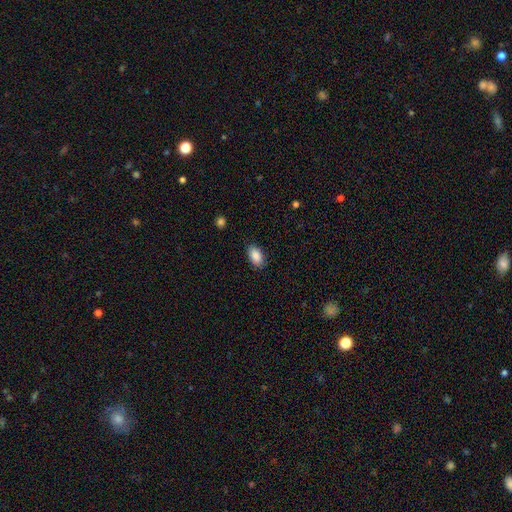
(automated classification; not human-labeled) Smooth or featured: smooth — 89% (star or artifact — 7%)
How rounded: in between — 93% (round — 6%)
Merging: none — 85% (minor disturbance — 11%)